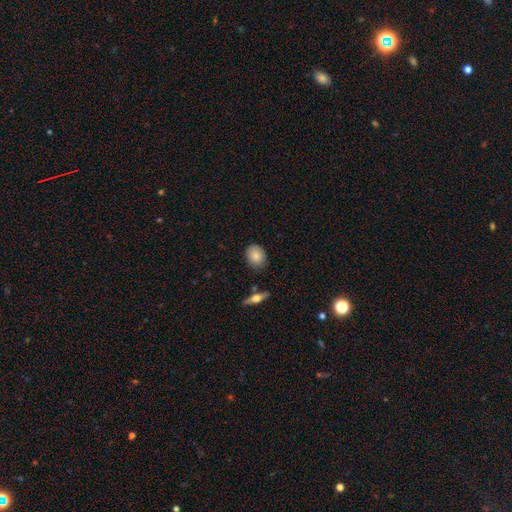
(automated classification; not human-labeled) Morphology: type=smooth (82%); roundness=in between (56%); merging=none (84%).